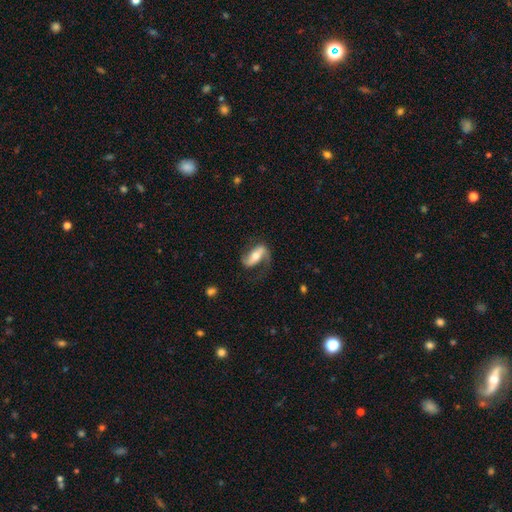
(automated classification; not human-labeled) Q: Smooth or featured?
A: featured or disk (70%); runner-up: smooth (24%)
Q: Edge-on disk?
A: no (87%); runner-up: yes (13%)
Q: Bar?
A: strong (52%); runner-up: no (24%)
Q: Spiral arms?
A: yes (88%); runner-up: no (12%)
Q: Spiral winding?
A: loose (53%); runner-up: medium (33%)
Q: Spiral arm count?
A: 2 (78%); runner-up: 1 (15%)
Q: Bulge size?
A: moderate (62%); runner-up: small (27%)
Q: Merging?
A: none (61%); runner-up: minor disturbance (20%)